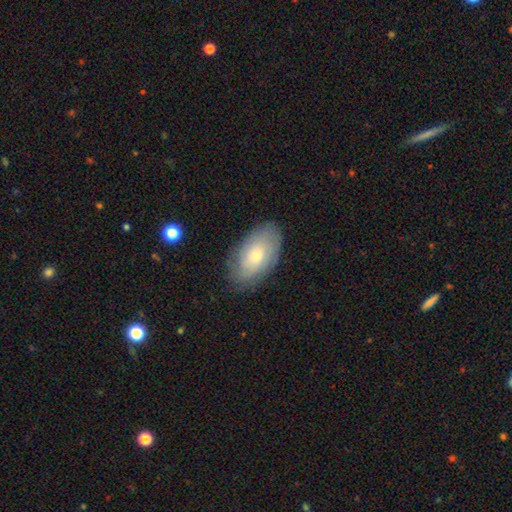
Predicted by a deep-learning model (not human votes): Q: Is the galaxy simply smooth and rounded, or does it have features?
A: smooth — 54%.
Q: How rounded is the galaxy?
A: in between — 93%.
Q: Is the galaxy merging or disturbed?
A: none — 79%.